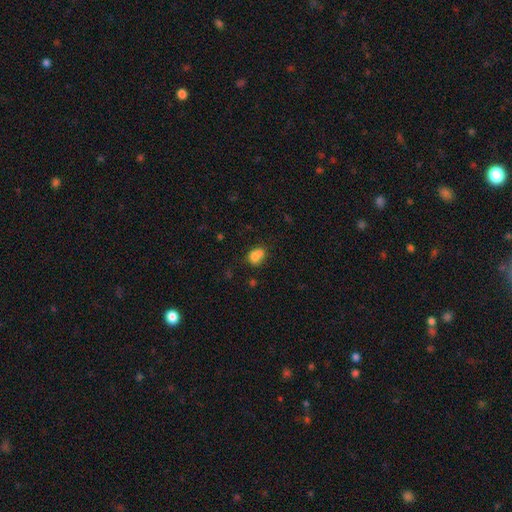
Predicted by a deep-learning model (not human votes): smooth_or_featured: smooth (p=0.77) [alt: featured or disk p=0.12]
how_rounded: in between (p=0.56) [alt: round p=0.43]
merging: none (p=0.42) [alt: merger p=0.33]